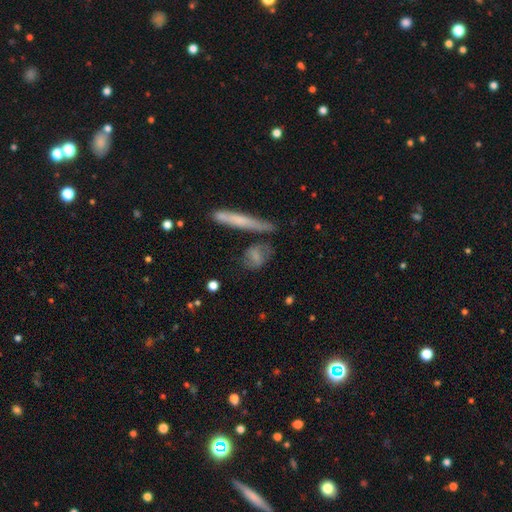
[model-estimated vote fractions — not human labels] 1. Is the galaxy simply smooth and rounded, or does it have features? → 62% smooth, 30% featured or disk, 9% star or artifact.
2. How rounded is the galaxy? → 47% in between, 30% round, 23% cigar-shaped.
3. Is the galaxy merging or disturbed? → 62% none, 21% minor disturbance, 9% major disturbance, 9% merger.